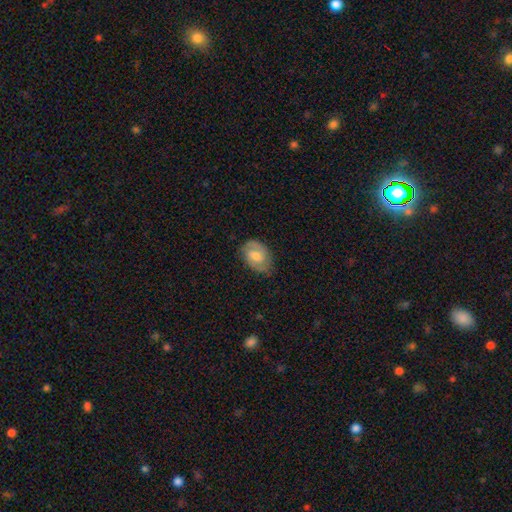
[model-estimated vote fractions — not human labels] featured or disk 55%, smooth 38%, star or artifact 7%. Down the decision tree: edge-on disk — no (96%); bar — weak (46%); spiral arms — yes (84%); bulge size — moderate (56%); merging — none (74%).